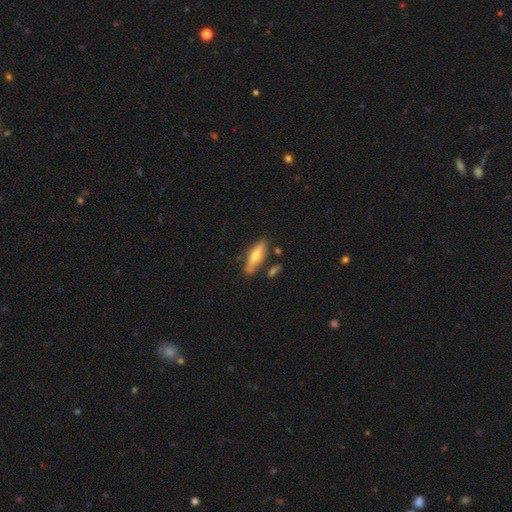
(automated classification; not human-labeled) A featured or disk galaxy (50%).

Vote fractions:
- Smooth or featured? featured or disk: 50% / smooth: 44% / star or artifact: 6%
- Merging? none: 77% / minor disturbance: 14% / merger: 6% / major disturbance: 3%